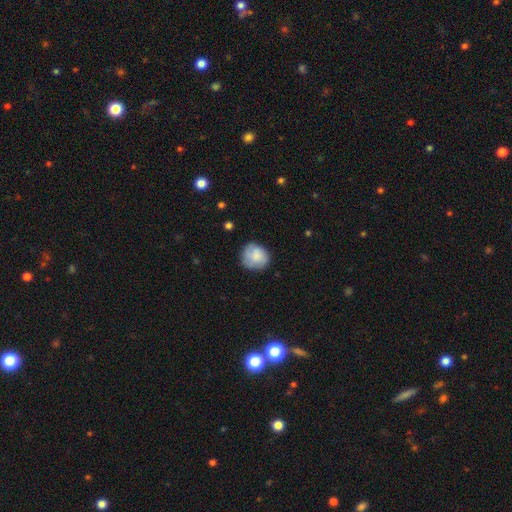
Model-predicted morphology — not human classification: A smooth galaxy with no disk features (73%) that is round (81%). Merging: none (70%).